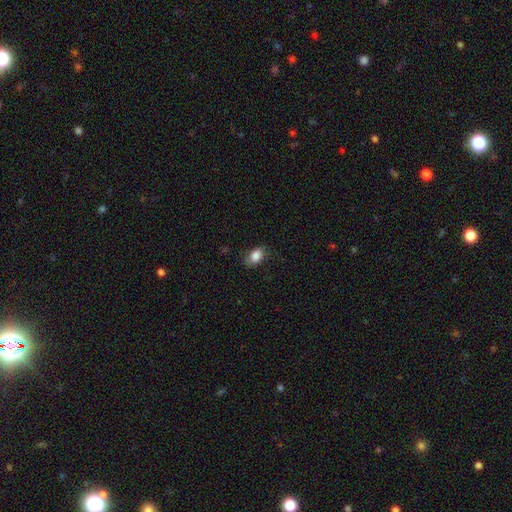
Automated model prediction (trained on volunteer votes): Smooth or featured? smooth (85%)
How rounded? in between (83%)
Merging? none (74%)